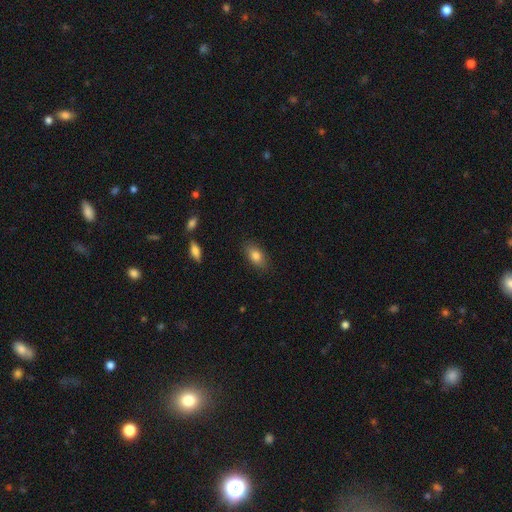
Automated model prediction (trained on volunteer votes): Morphology: type=smooth (81%); roundness=in between (87%); merging=none (85%).